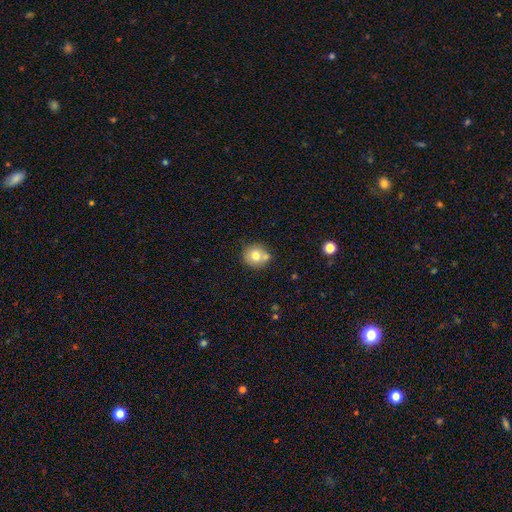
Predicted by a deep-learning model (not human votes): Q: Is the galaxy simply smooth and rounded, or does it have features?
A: smooth — 74%.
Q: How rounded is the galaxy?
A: round — 88%.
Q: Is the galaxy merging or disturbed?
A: none — 64%.